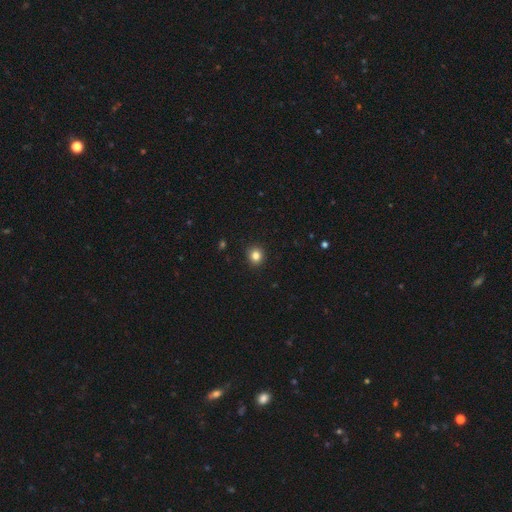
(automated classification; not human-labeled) Morphology: type=smooth (83%); roundness=round (88%); merging=none (92%).